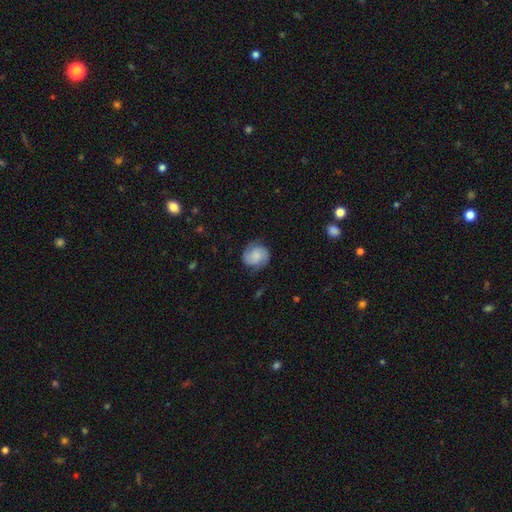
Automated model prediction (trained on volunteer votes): Smooth or featured? Predicted: featured or disk (p=0.61). Edge-on disk? Predicted: no (p=0.98). Bar? Predicted: no (p=0.66). Spiral arms? Predicted: yes (p=0.94). Spiral winding? Predicted: tight (p=0.44). Spiral arm count? Predicted: 2 (p=0.85). Bulge size? Predicted: small (p=0.34). Merging? Predicted: none (p=0.77).